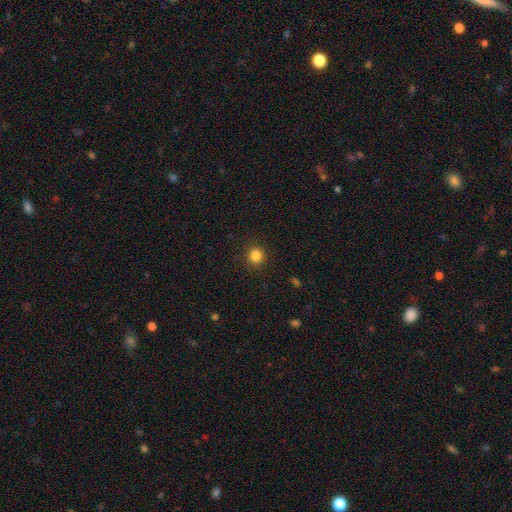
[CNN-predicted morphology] The model was most divided on "smooth or featured": smooth: 84%, star or artifact: 12%, featured or disk: 4%. More confident: merging — none (90%); how rounded — round (87%).